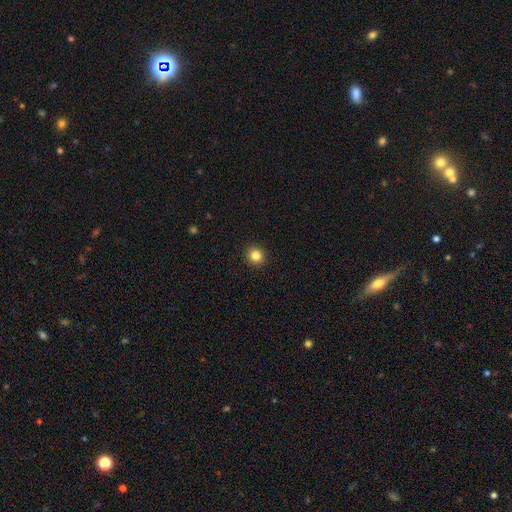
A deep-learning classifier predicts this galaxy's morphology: The model was most divided on "smooth or featured": smooth: 84%, star or artifact: 11%, featured or disk: 5%. More confident: merging — none (93%); how rounded — round (90%).